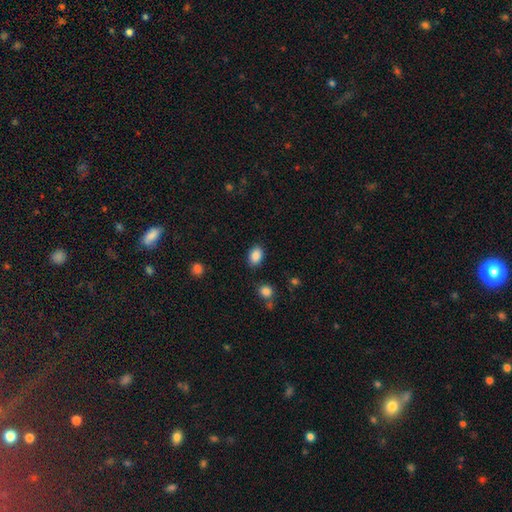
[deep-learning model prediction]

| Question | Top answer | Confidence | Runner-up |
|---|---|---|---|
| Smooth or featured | smooth | 88% | star or artifact (8%) |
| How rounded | in between | 77% | round (22%) |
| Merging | none | 85% | minor disturbance (10%) |